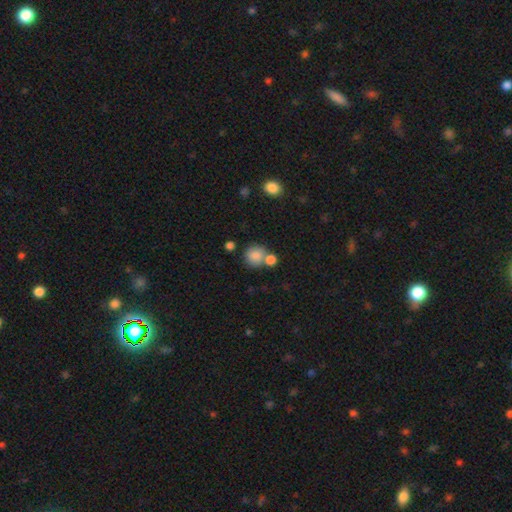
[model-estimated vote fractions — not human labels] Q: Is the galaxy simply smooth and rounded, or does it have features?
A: smooth — 84%.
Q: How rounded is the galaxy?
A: round — 87%.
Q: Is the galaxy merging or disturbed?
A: none — 57%.